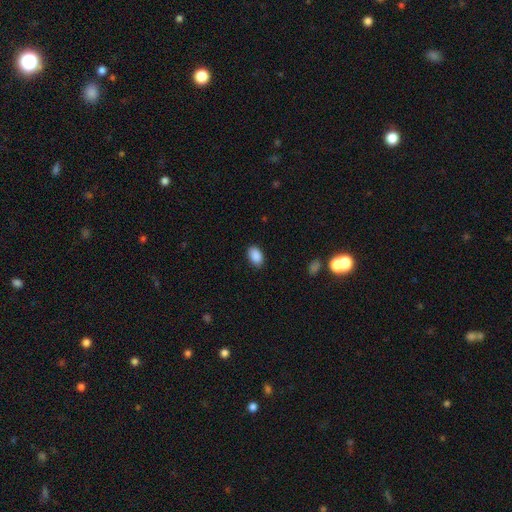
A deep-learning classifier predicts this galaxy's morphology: This appears to be a smooth galaxy with no disk features (90%) that is in between round and cigar-shaped (89%). Merging: none (87%).